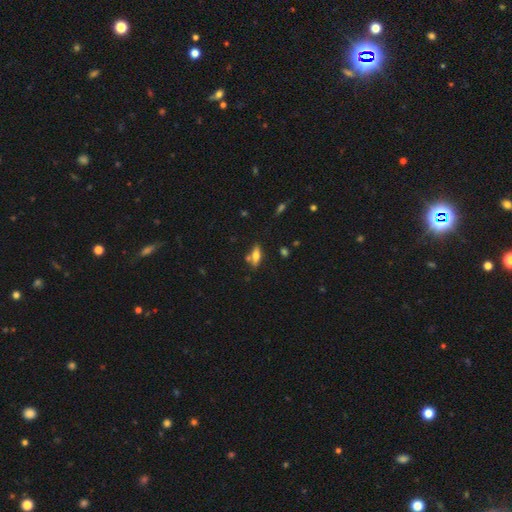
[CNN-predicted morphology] smooth_or_featured: smooth (p=0.54) [alt: featured or disk p=0.37]
how_rounded: in between (p=0.63) [alt: cigar-shaped p=0.34]
merging: none (p=0.68) [alt: minor disturbance p=0.15]